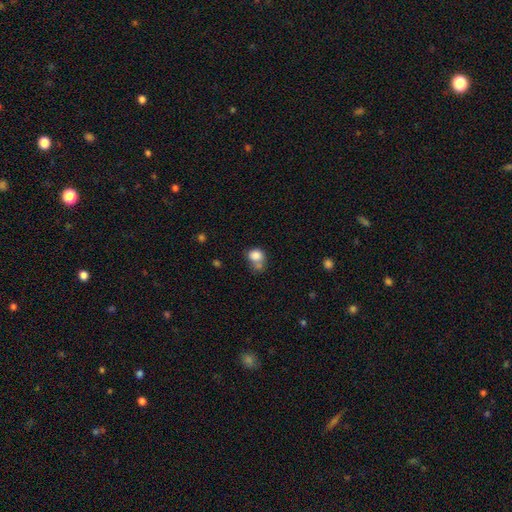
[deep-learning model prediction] This is clearly a smooth galaxy (82%). How rounded: likely round (64%). Merging: marginally none (37%).